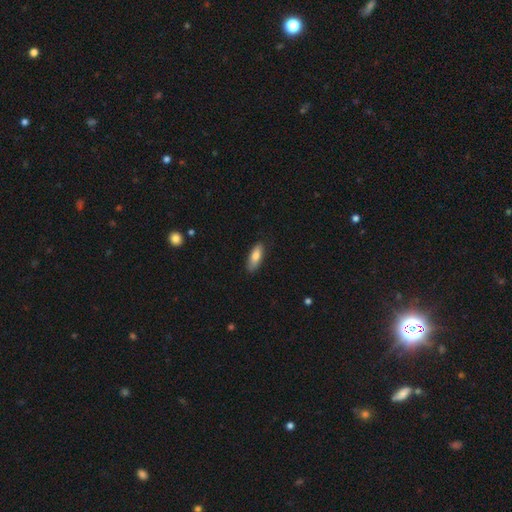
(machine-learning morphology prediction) Smooth or featured? Predicted: smooth (p=0.81). How rounded? Predicted: in between (p=0.67). Merging? Predicted: none (p=0.82).